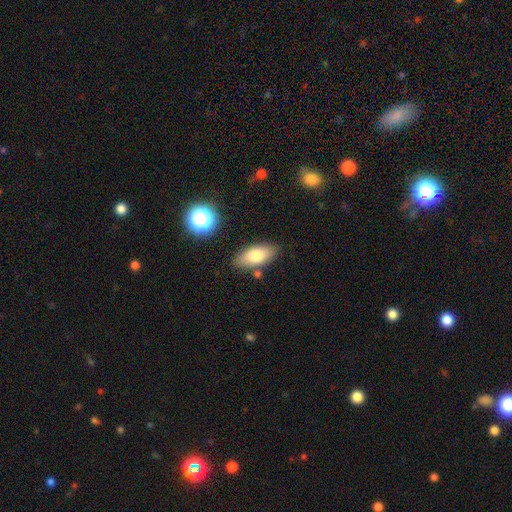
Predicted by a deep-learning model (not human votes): smooth-or-featured: smooth: 79% | featured or disk: 13% | star or artifact: 8%
  how-rounded: in between: 87% | cigar-shaped: 10% | round: 3%
  merging: none: 81% | minor disturbance: 11% | merger: 5% | major disturbance: 3%